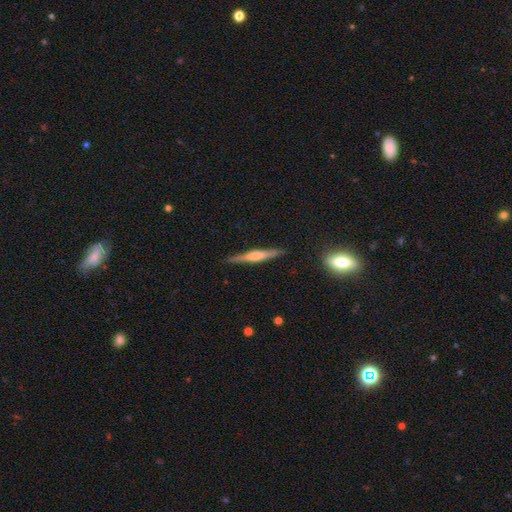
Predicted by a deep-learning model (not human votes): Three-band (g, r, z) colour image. It shows a featured or disk galaxy (59%) viewed edge-on (97%) with a rounded central bulge (53%). Merging: none (88%).